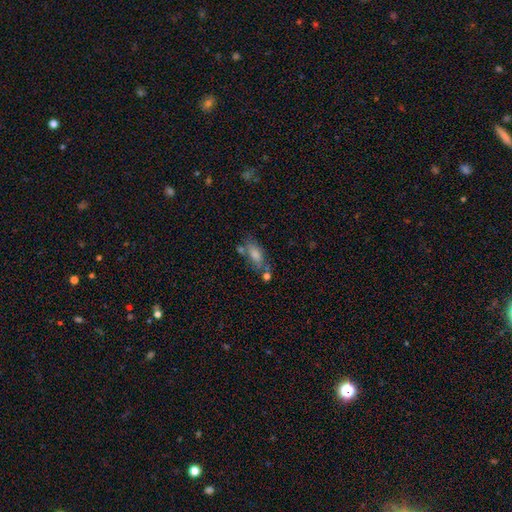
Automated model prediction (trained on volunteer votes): A smooth galaxy with no disk features (69%) that is in between round and cigar-shaped (78%).

Vote fractions:
- Smooth or featured? smooth: 69% / featured or disk: 20% / star or artifact: 11%
- How rounded? in between: 78% / cigar-shaped: 18% / round: 5%
- Merging? none: 54% / merger: 19% / minor disturbance: 19% / major disturbance: 8%